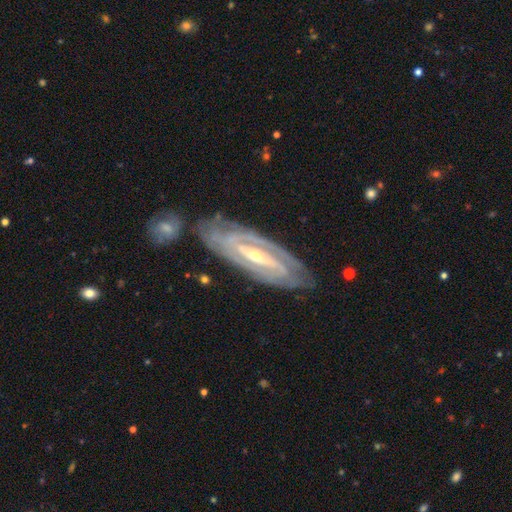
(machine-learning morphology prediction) The model was most divided on "spiral arm count": 2: 43%, can't tell: 30%, 3: 12%, 4: 6%, more than 4: 4%, 1: 4%. More confident: spiral arms — yes (93%); smooth or featured — featured or disk (88%); edge-on disk — no (85%); merging — none (79%); spiral winding — tight (71%); bulge size — small (55%); bar — strong (53%).